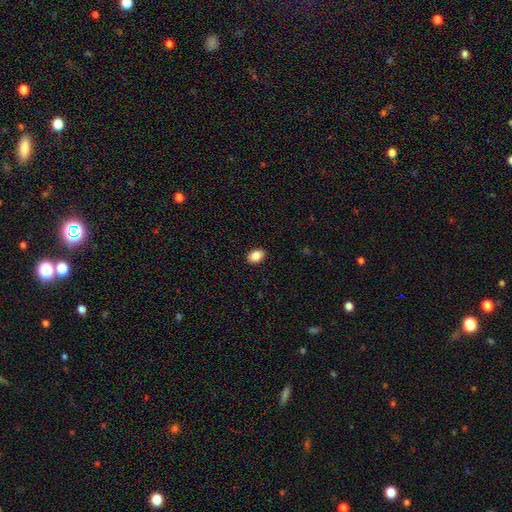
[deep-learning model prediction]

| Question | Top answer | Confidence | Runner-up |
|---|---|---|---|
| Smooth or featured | smooth | 87% | star or artifact (8%) |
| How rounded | in between | 79% | round (20%) |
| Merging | none | 89% | minor disturbance (8%) |